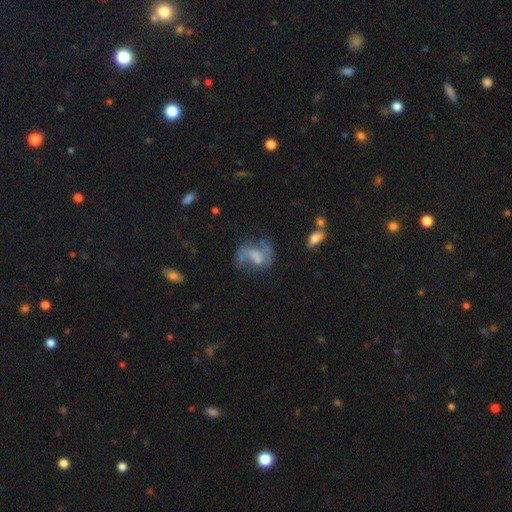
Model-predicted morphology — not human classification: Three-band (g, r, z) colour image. It shows a featured or disk galaxy (71%) with a weak bar (46%), 2 (80%) loose (49%) spiral arms (84%) and no central bulge (42%). Merging: none (50%).